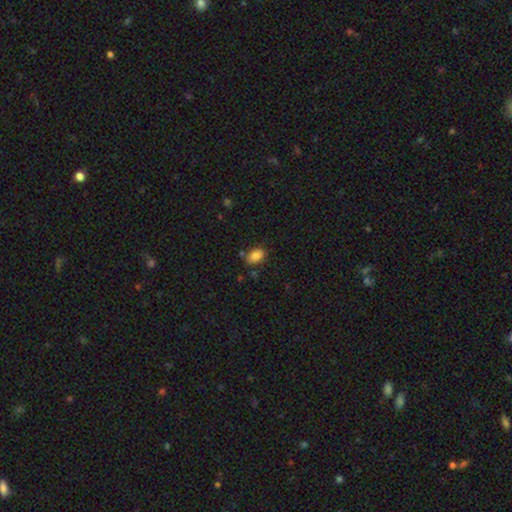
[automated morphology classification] A smooth galaxy with no disk features (86%) that is in between round and cigar-shaped (87%).

Vote fractions:
- Smooth or featured? smooth: 86% / star or artifact: 9% / featured or disk: 5%
- How rounded? in between: 87% / round: 12% / cigar-shaped: 2%
- Merging? none: 76% / minor disturbance: 15% / merger: 5% / major disturbance: 3%